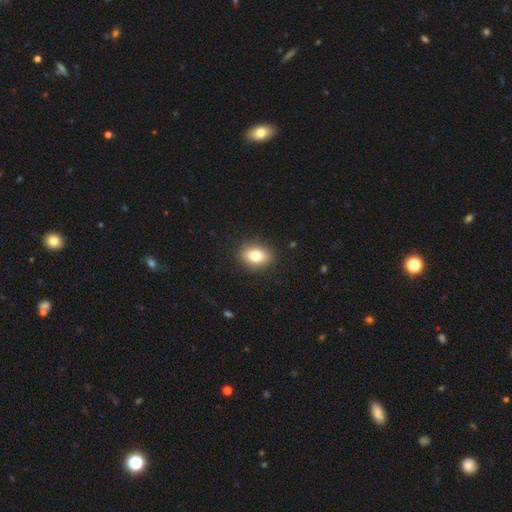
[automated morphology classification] Smooth or featured: smooth — 78% (featured or disk — 13%)
How rounded: in between — 72% (round — 26%)
Merging: none — 88% (minor disturbance — 8%)